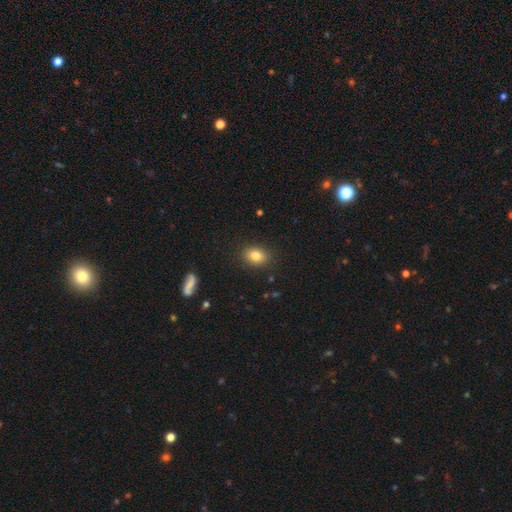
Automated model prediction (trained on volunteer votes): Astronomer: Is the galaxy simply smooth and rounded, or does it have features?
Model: smooth — 82%.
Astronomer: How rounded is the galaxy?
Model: in between — 62%.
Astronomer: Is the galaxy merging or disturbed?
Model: none — 88%.